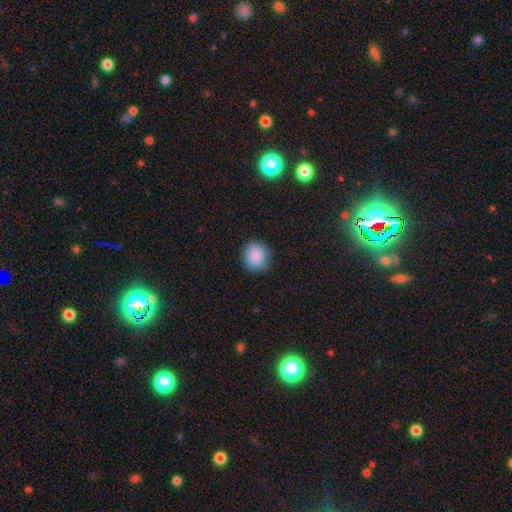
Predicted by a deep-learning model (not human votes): Morphology: type=smooth (87%); roundness=round (83%); merging=none (80%).